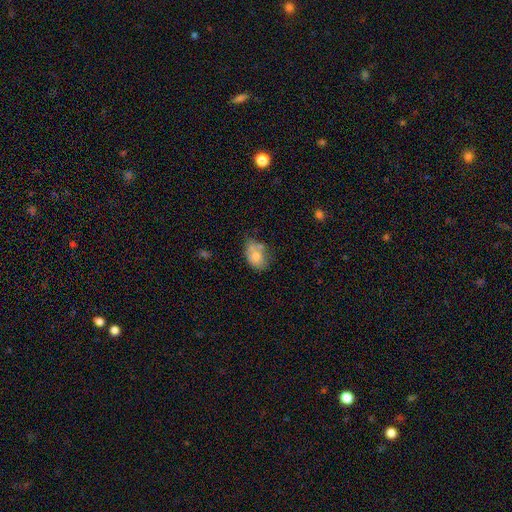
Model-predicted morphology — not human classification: smooth 67%, featured or disk 23%, star or artifact 9%. Down the decision tree: how rounded — in between (76%); merging — none (39%).